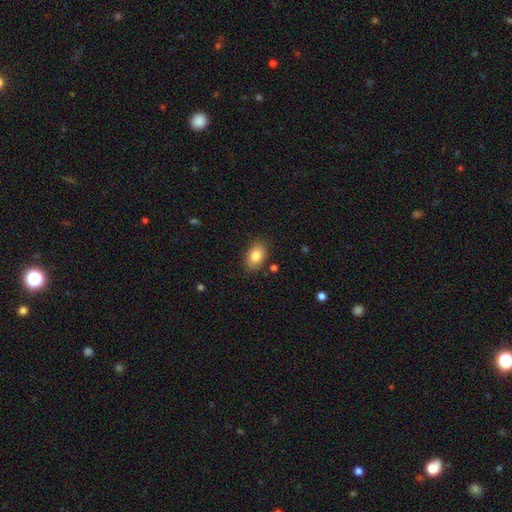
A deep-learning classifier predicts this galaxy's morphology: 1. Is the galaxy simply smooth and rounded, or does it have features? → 83% smooth, 10% featured or disk, 8% star or artifact.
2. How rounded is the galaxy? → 87% in between, 11% round, 1% cigar-shaped.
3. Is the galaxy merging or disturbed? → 85% none, 11% minor disturbance, 2% major disturbance, 2% merger.